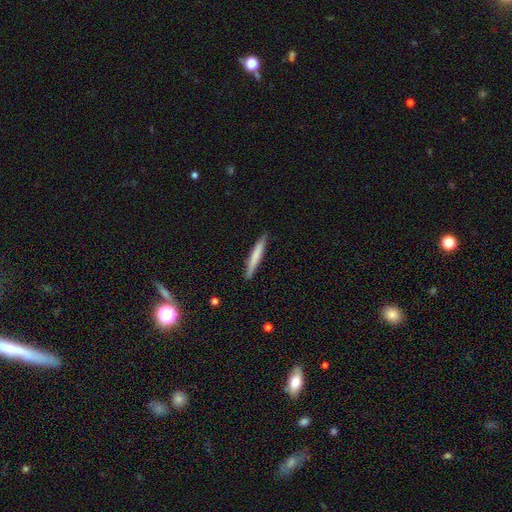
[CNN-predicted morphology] smooth-or-featured: smooth: 70% | featured or disk: 25% | star or artifact: 5%
  how-rounded: cigar-shaped: 95% | in between: 4% | round: 1%
  merging: none: 89% | minor disturbance: 9% | major disturbance: 2% | merger: 1%